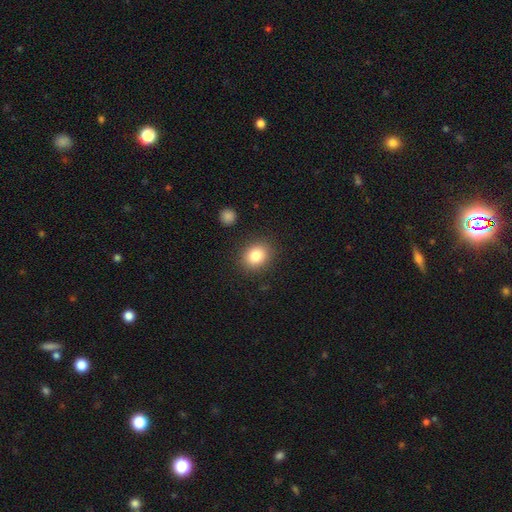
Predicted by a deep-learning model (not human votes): smooth_or_featured: smooth (p=0.84) [alt: star or artifact p=0.10]
how_rounded: round (p=0.59) [alt: in between p=0.40]
merging: none (p=0.87) [alt: minor disturbance p=0.08]